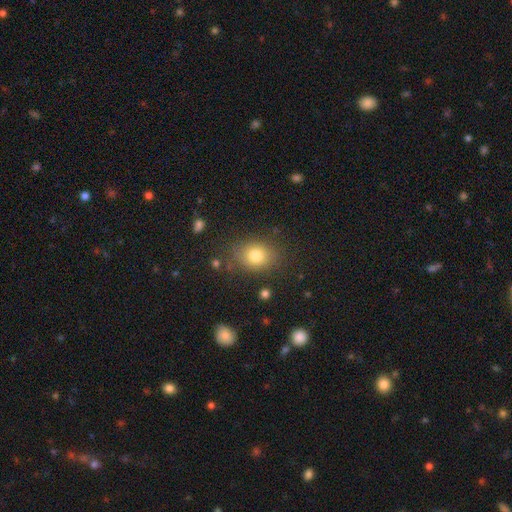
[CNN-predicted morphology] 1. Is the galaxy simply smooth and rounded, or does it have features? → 78% smooth, 12% star or artifact, 10% featured or disk.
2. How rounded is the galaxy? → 51% in between, 48% round, 1% cigar-shaped.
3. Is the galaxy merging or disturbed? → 79% none, 14% minor disturbance, 5% major disturbance, 2% merger.